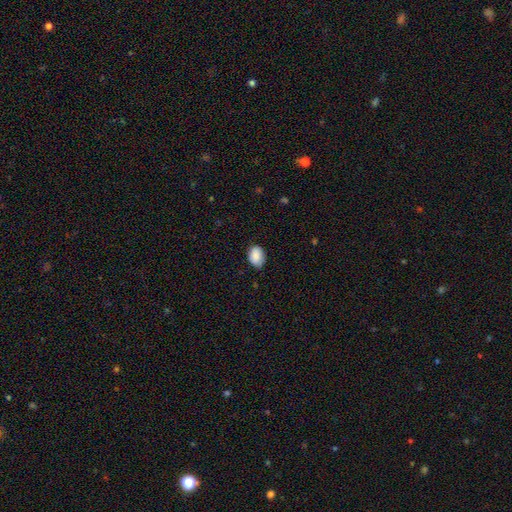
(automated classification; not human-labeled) Smooth or featured?
  - smooth: 86% *
  - star or artifact: 7%
  - featured or disk: 6%
How rounded?
  - in between: 75% *
  - round: 24%
  - cigar-shaped: 1%
Merging?
  - none: 72% *
  - minor disturbance: 23%
  - major disturbance: 4%
  - merger: 1%